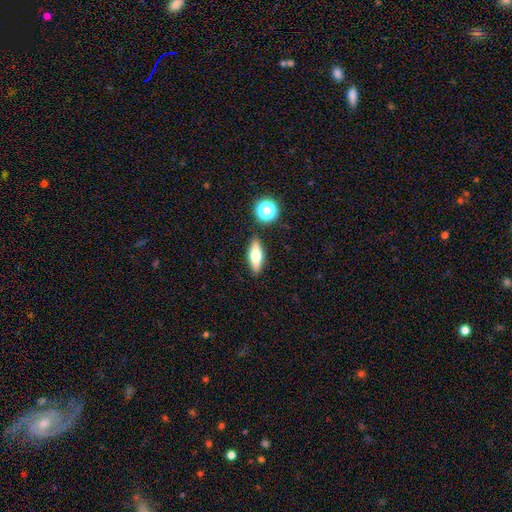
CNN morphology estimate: Smooth or featured? Predicted: smooth (p=0.55). How rounded? Predicted: in between (p=0.60). Merging? Predicted: none (p=0.86).